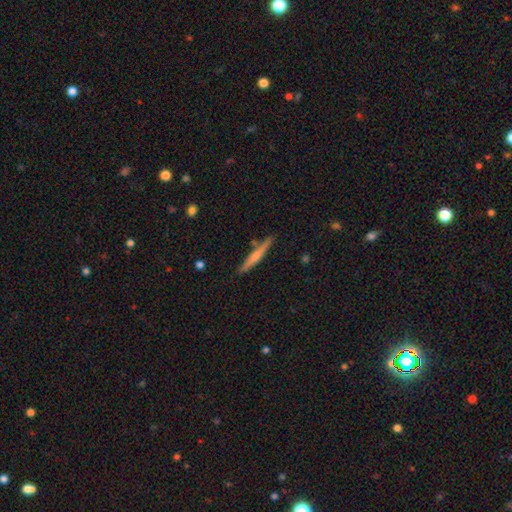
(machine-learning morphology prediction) Smooth or featured: smooth — 49% (featured or disk — 45%)
Merging: none — 83% (minor disturbance — 11%)